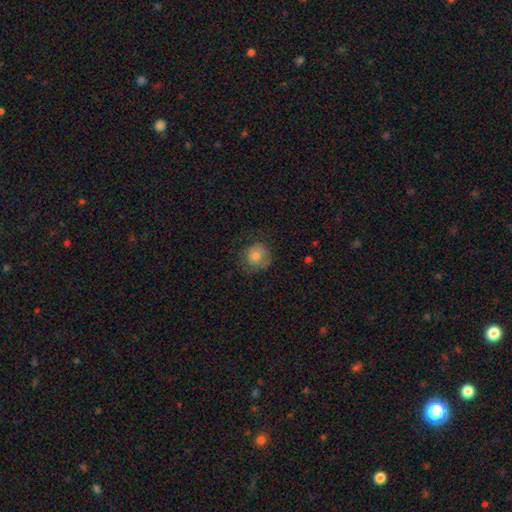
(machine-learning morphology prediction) Smooth or featured? Predicted: smooth (p=0.72). How rounded? Predicted: round (p=0.86). Merging? Predicted: none (p=0.68).